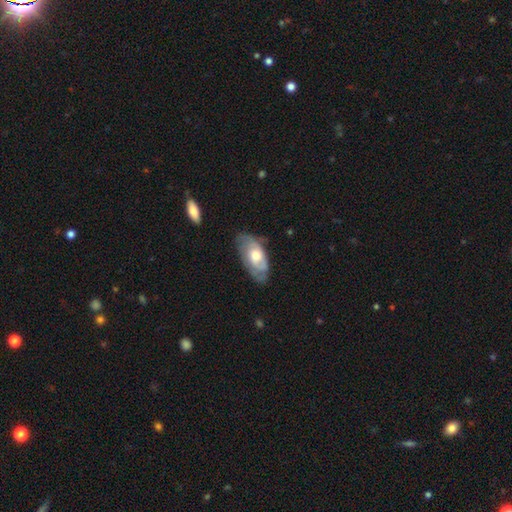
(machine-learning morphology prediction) This appears to be a featured or disk galaxy (57%) with no bar (76%), spiral arms (72%) and a moderate central bulge (62%). Merging: none (65%).